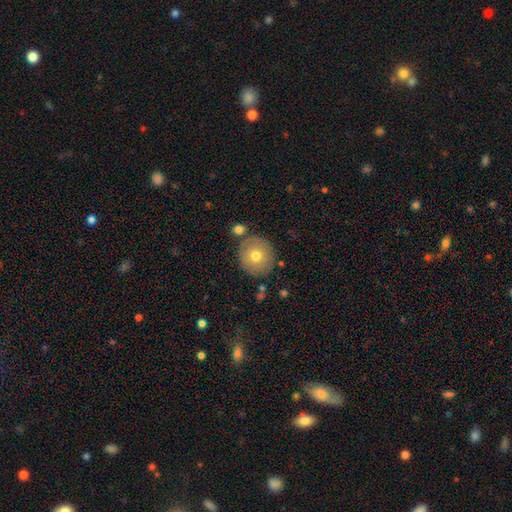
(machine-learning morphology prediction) This appears to be a smooth galaxy with no disk features (70%) that is round (92%). Merging: none (82%).